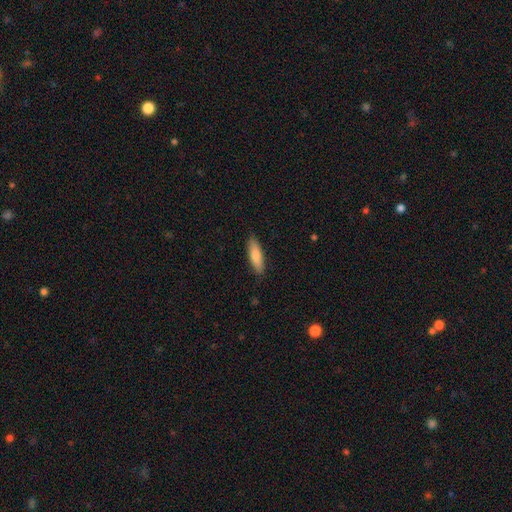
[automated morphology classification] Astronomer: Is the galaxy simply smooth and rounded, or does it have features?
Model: smooth — 82%.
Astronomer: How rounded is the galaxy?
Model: cigar-shaped — 55% (runner-up: in between, 43%).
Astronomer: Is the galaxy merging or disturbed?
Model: none — 87%.